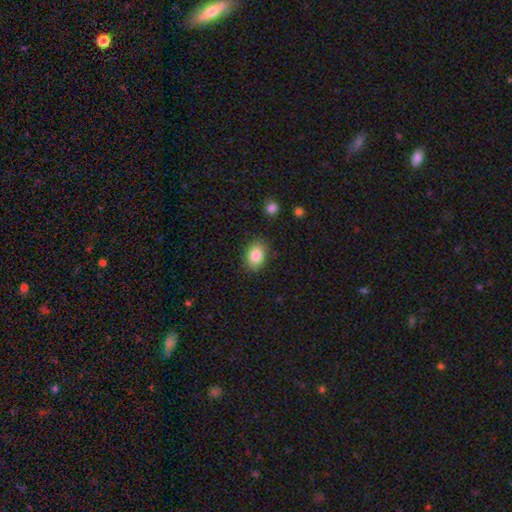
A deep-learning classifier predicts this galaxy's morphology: A smooth galaxy with no disk features (84%) that is in between round and cigar-shaped (78%). Merging: none (86%).